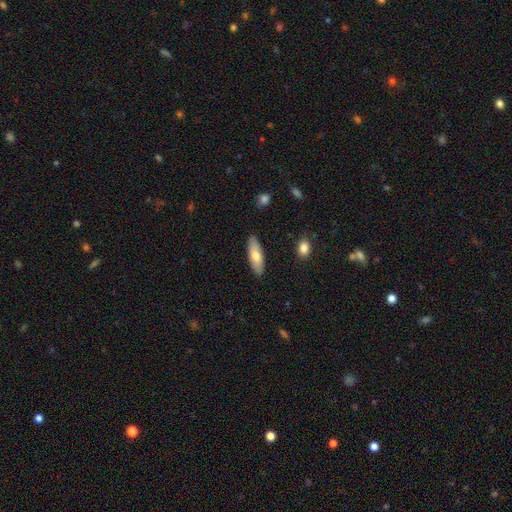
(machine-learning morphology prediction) This appears to be a smooth galaxy with no disk features (71%) that is in between round and cigar-shaped (57%). Merging: none (88%).